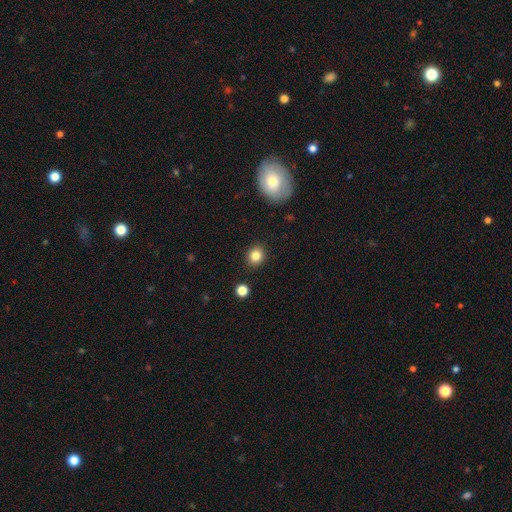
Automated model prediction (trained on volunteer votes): Smooth or featured: smooth — 83% (star or artifact — 11%)
How rounded: round — 77% (in between — 22%)
Merging: none — 88% (minor disturbance — 8%)